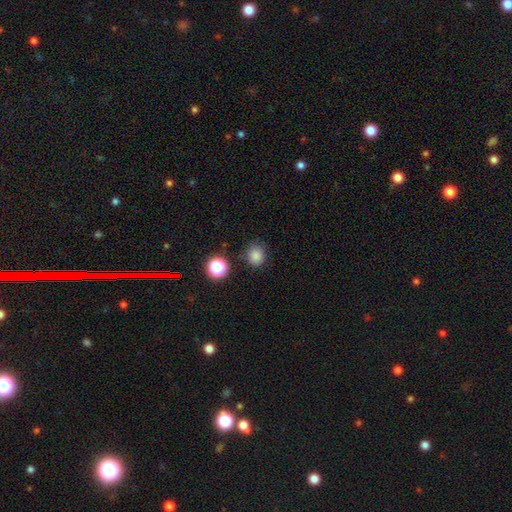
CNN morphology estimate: A smooth galaxy with no disk features (82%) that is round (83%). Merging: none (81%).